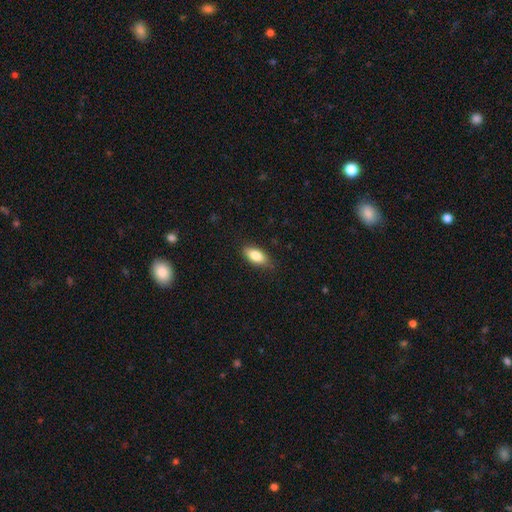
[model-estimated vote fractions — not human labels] smooth 80%, featured or disk 13%, star or artifact 7%. Down the decision tree: how rounded — in between (85%); merging — none (82%).